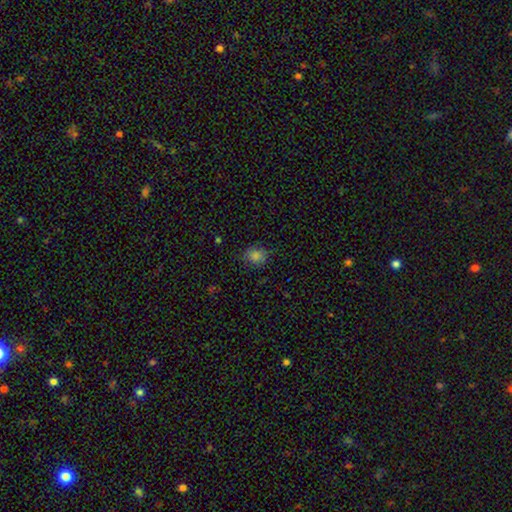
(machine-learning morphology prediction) The model was most divided on "how rounded": round: 65%, in between: 34%, cigar-shaped: 1%. More confident: smooth or featured — smooth (82%); merging — none (78%).